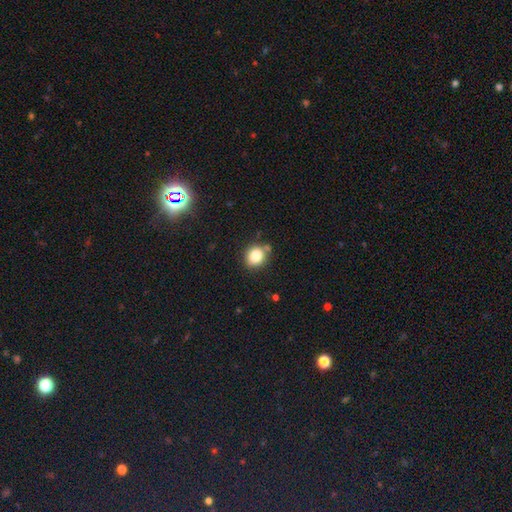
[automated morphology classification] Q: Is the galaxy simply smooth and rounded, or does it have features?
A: smooth — 83%.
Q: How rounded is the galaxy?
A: round — 76%.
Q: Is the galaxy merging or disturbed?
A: none — 75%.